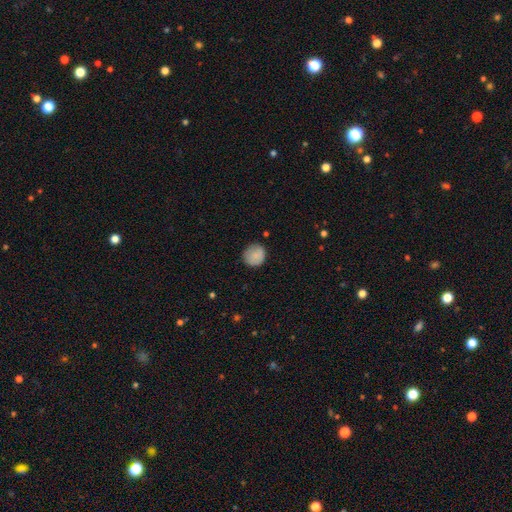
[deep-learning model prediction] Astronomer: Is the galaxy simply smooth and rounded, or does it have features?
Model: smooth — 85%.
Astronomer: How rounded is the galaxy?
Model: round — 87%.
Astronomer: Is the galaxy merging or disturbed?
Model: none — 81%.